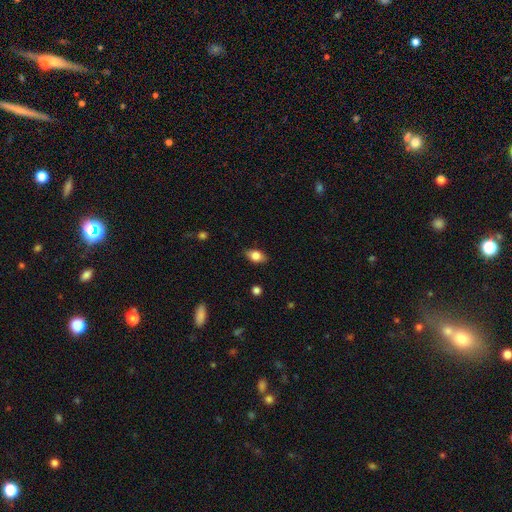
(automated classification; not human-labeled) Morphology: type=smooth (78%); roundness=in between (85%); merging=none (83%).